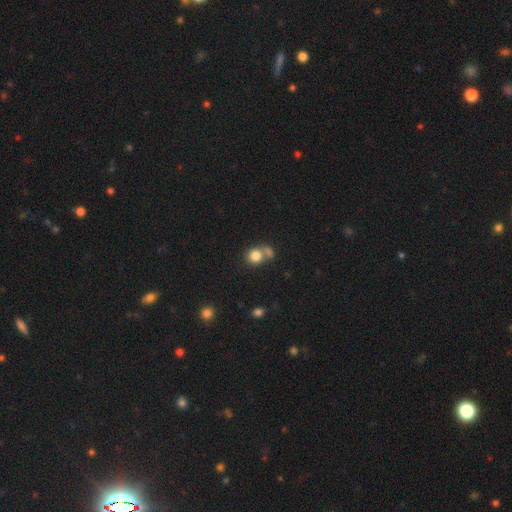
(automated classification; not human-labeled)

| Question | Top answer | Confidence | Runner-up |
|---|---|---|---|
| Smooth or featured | smooth | 81% | star or artifact (10%) |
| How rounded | round | 82% | in between (17%) |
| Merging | none | 45% | merger (39%) |